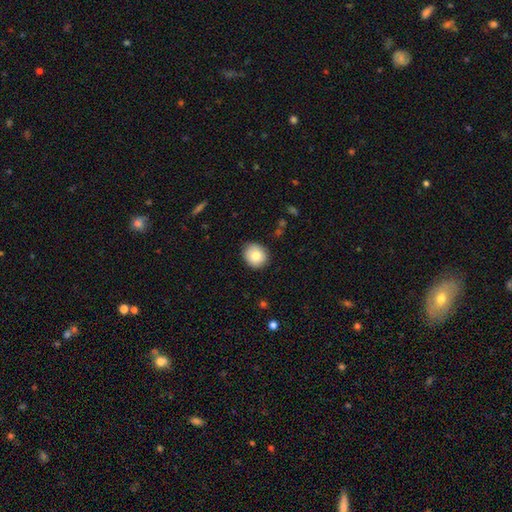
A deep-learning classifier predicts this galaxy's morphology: Smooth or featured: smooth — 82% (featured or disk — 10%)
How rounded: round — 80% (in between — 19%)
Merging: none — 88% (minor disturbance — 9%)